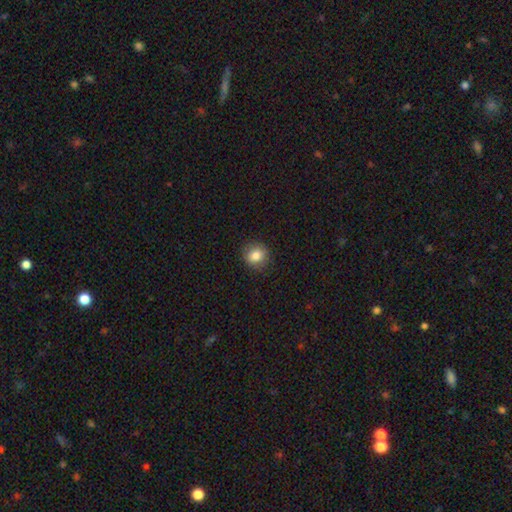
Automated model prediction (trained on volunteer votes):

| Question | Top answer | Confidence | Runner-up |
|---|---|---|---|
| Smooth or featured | smooth | 83% | star or artifact (10%) |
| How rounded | round | 79% | in between (20%) |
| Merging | none | 88% | minor disturbance (9%) |